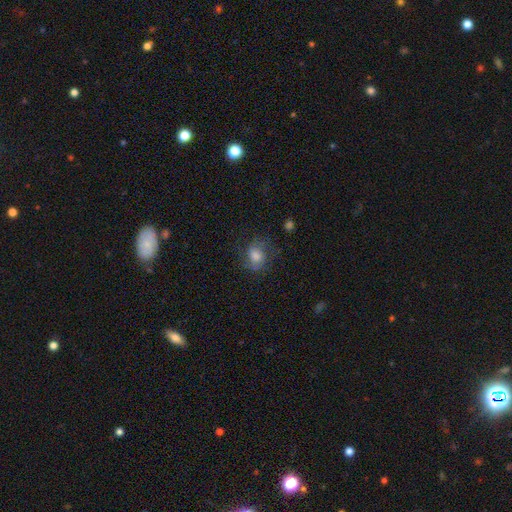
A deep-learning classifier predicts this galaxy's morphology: Q: Smooth or featured?
A: smooth (53%); runner-up: featured or disk (34%)
Q: How rounded?
A: round (54%); runner-up: in between (45%)
Q: Merging?
A: none (66%); runner-up: minor disturbance (20%)